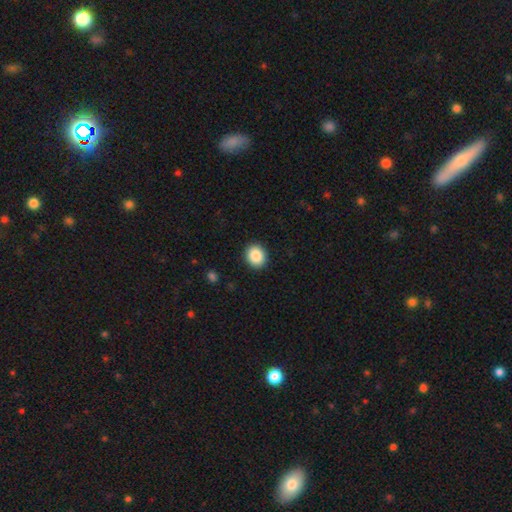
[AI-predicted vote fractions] smooth-or-featured: smooth: 88% | star or artifact: 8% | featured or disk: 4%
  how-rounded: round: 70% | in between: 29% | cigar-shaped: 1%
  merging: none: 91% | minor disturbance: 6% | major disturbance: 2% | merger: 1%